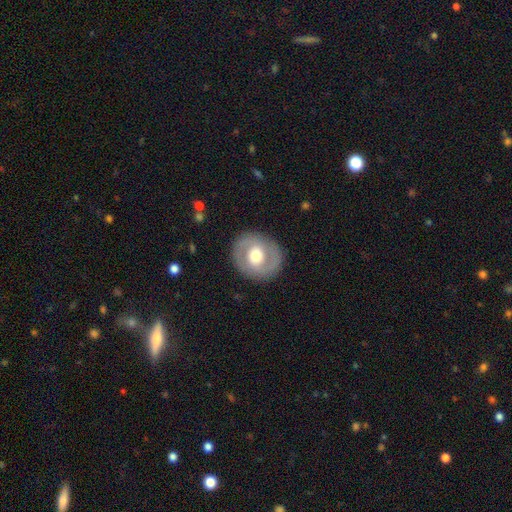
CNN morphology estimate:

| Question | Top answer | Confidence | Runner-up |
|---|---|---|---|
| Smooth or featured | featured or disk | 58% | smooth (36%) |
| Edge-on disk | no | 96% | yes (4%) |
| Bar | no | 56% | weak (32%) |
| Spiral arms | no | 50% | tied: yes (50%) |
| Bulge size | moderate | 68% | large (23%) |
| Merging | none | 87% | minor disturbance (8%) |